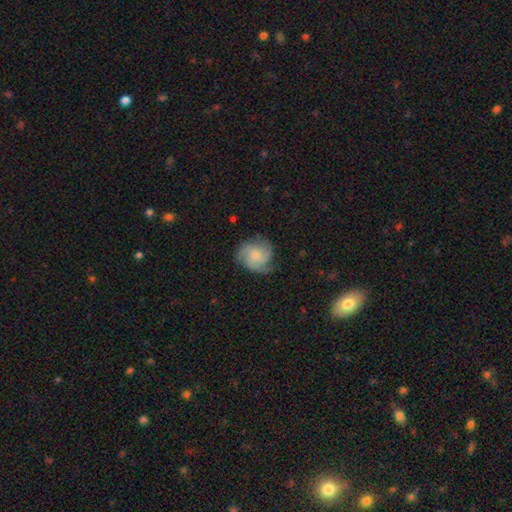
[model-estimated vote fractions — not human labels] Q: Smooth or featured?
A: featured or disk (64%); runner-up: smooth (28%)
Q: Edge-on disk?
A: no (98%); runner-up: yes (2%)
Q: Bar?
A: no (78%); runner-up: weak (20%)
Q: Spiral arms?
A: yes (93%); runner-up: no (7%)
Q: Spiral winding?
A: tight (44%); runner-up: medium (42%)
Q: Spiral arm count?
A: 3 (43%); runner-up: can't tell (19%)
Q: Bulge size?
A: small (57%); runner-up: moderate (35%)
Q: Merging?
A: none (70%); runner-up: minor disturbance (21%)